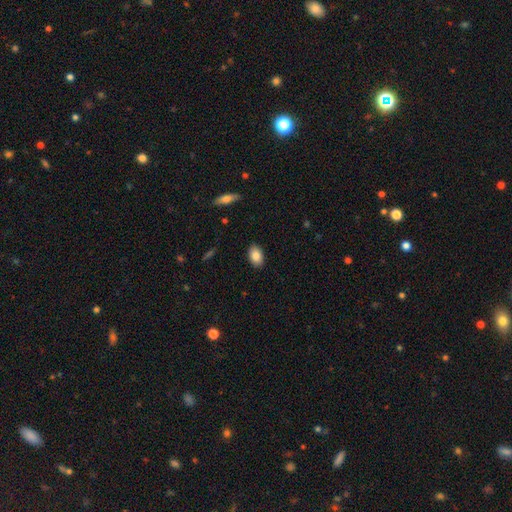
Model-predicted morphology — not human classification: type=smooth (85%); roundness=in between (88%); merging=none (88%).